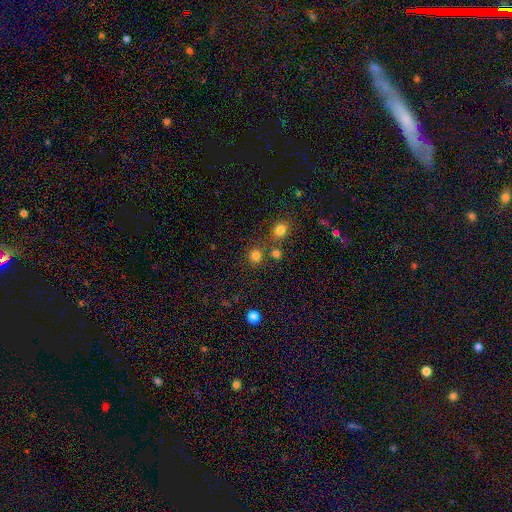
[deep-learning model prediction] A smooth galaxy with no disk features (80%) that is round (90%).

Vote fractions:
- Smooth or featured? smooth: 80% / star or artifact: 16% / featured or disk: 5%
- How rounded? round: 90% / in between: 9% / cigar-shaped: 1%
- Merging? none: 74% / merger: 14% / minor disturbance: 8% / major disturbance: 4%